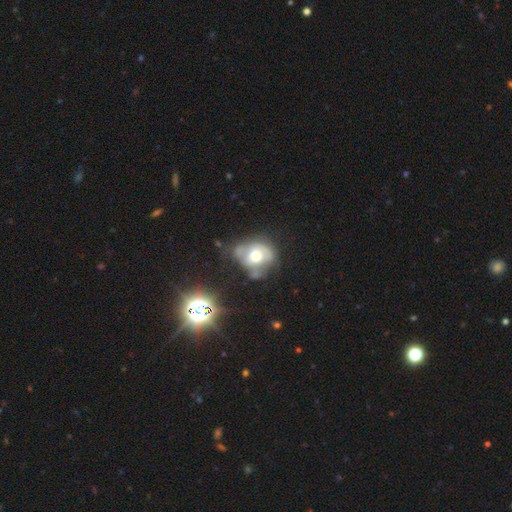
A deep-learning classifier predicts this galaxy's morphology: The model was most divided on "smooth or featured": featured or disk: 45%, smooth: 44%, star or artifact: 11%. Remaining: merging — none (36%).